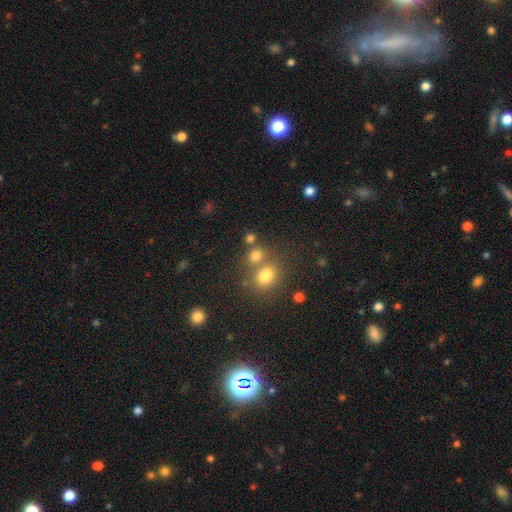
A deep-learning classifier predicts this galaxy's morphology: A smooth galaxy with no disk features (76%) that is round (68%).

Vote fractions:
- Smooth or featured? smooth: 76% / star or artifact: 16% / featured or disk: 9%
- How rounded? round: 68% / in between: 30% / cigar-shaped: 1%
- Merging? none: 54% / merger: 33% / minor disturbance: 9% / major disturbance: 4%